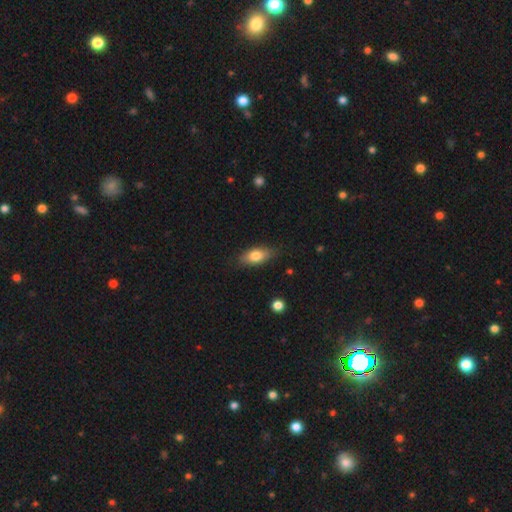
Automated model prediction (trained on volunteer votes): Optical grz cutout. It shows a smooth galaxy with no disk features (77%) that is in between round and cigar-shaped (83%). Merging: none (79%).